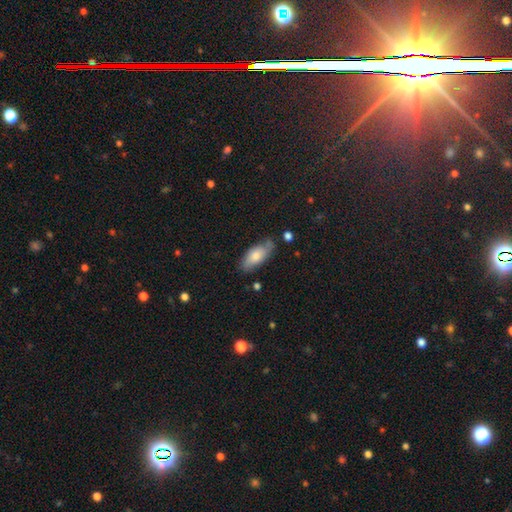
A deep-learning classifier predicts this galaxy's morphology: Smooth or featured?
  - smooth: 69% *
  - featured or disk: 24%
  - star or artifact: 7%
How rounded?
  - in between: 84% *
  - cigar-shaped: 14%
  - round: 2%
Merging?
  - none: 69% *
  - minor disturbance: 23%
  - major disturbance: 5%
  - merger: 3%